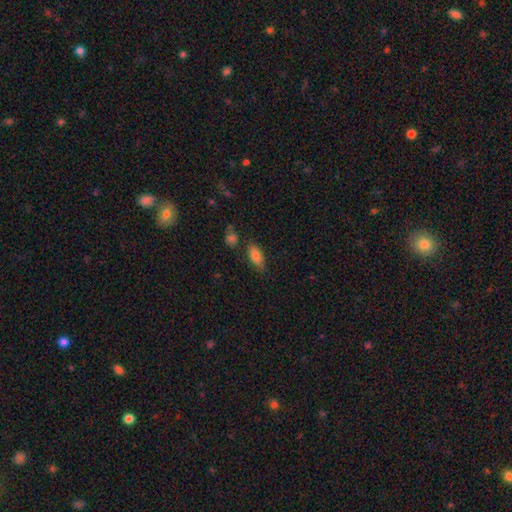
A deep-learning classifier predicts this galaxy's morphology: type=smooth (79%); roundness=in between (82%); merging=none (74%).